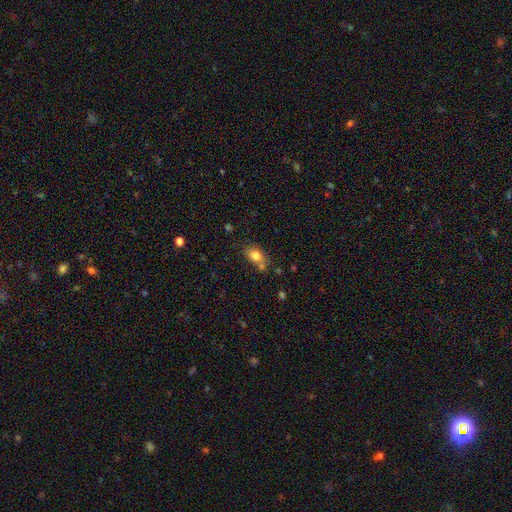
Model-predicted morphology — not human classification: smooth 79%, featured or disk 12%, star or artifact 10%. Down the decision tree: how rounded — in between (75%); merging — none (59%).